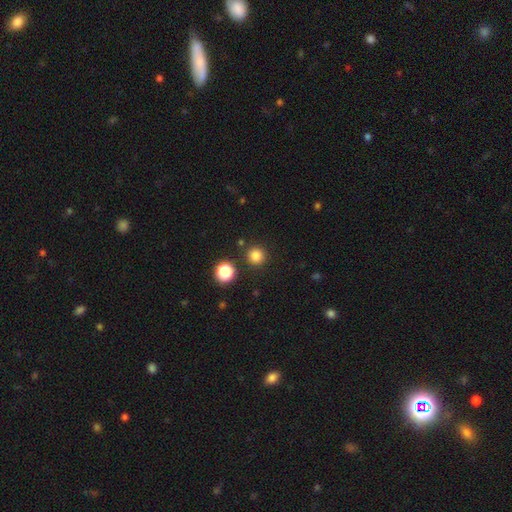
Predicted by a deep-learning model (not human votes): smooth-or-featured: smooth: 82% | star or artifact: 14% | featured or disk: 4%
  how-rounded: round: 94% | in between: 5% | cigar-shaped: 1%
  merging: none: 89% | minor disturbance: 6% | merger: 3% | major disturbance: 2%